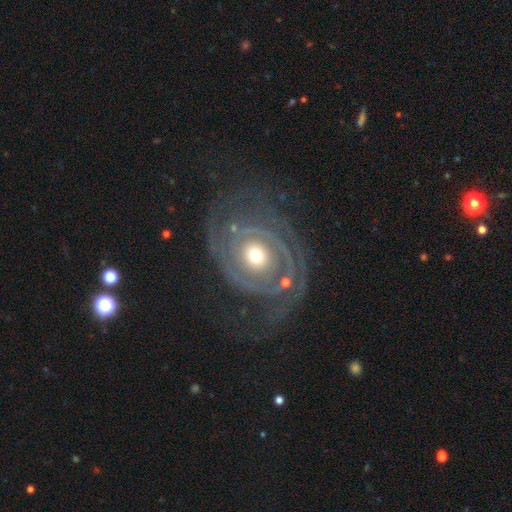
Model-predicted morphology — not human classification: A featured or disk galaxy (85%) with no bar (85%), 2 (38%) tight (70%) spiral arms (88%) and a moderate central bulge (55%). Merging: none (64%).